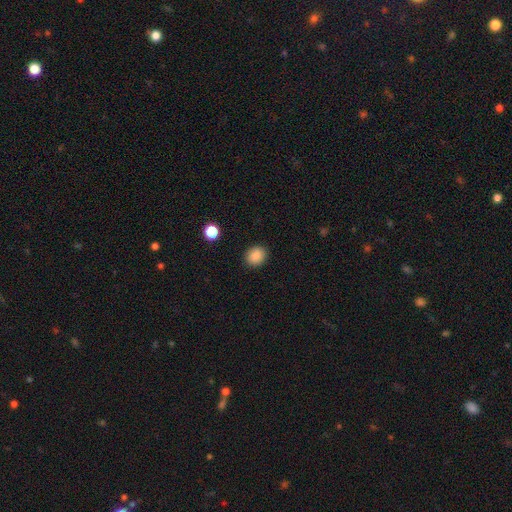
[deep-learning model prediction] A smooth galaxy with no disk features (87%) that is round (66%).

Vote fractions:
- Smooth or featured? smooth: 87% / star or artifact: 10% / featured or disk: 3%
- How rounded? round: 66% / in between: 33% / cigar-shaped: 1%
- Merging? none: 89% / minor disturbance: 7% / major disturbance: 2% / merger: 1%